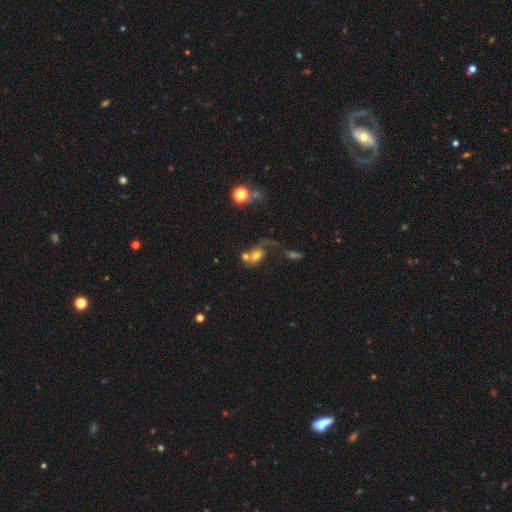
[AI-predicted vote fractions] smooth-or-featured: smooth: 54% | featured or disk: 33% | star or artifact: 13%
  how-rounded: in between: 58% | round: 39% | cigar-shaped: 2%
  merging: merger: 49% | major disturbance: 21% | none: 20% | minor disturbance: 10%